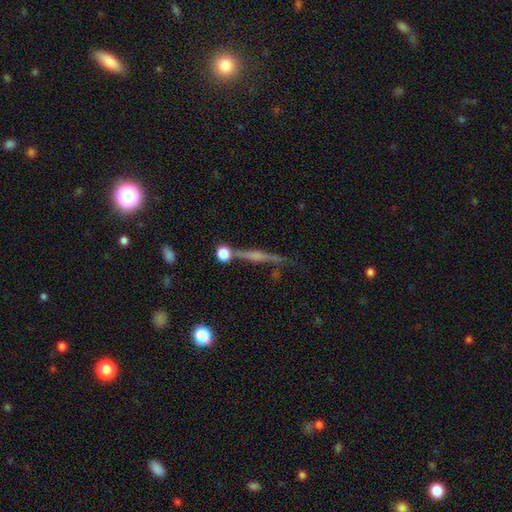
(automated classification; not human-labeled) Q: Smooth or featured?
A: featured or disk (67%); runner-up: smooth (21%)
Q: Edge-on disk?
A: yes (96%); runner-up: no (4%)
Q: Edge-on bulge?
A: rounded (59%); runner-up: none (25%)
Q: Merging?
A: none (77%); runner-up: minor disturbance (12%)